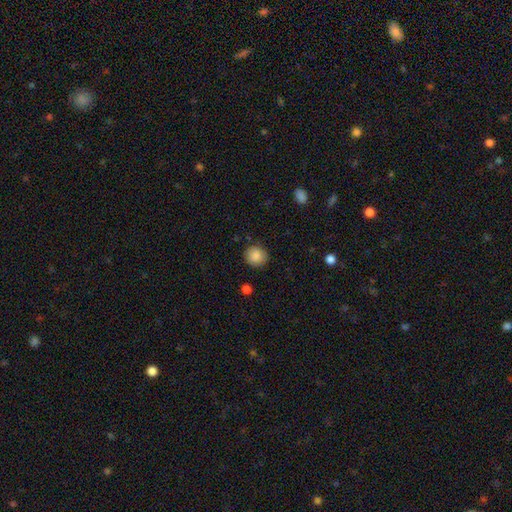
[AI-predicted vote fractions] Morphology: type=smooth (87%); roundness=round (87%); merging=none (88%).